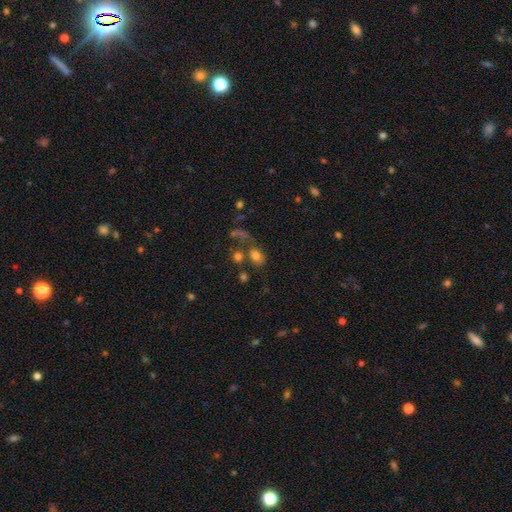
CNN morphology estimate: This appears to be a smooth galaxy with no disk features (74%) that is in between round and cigar-shaped (67%). Merging: none (46%).